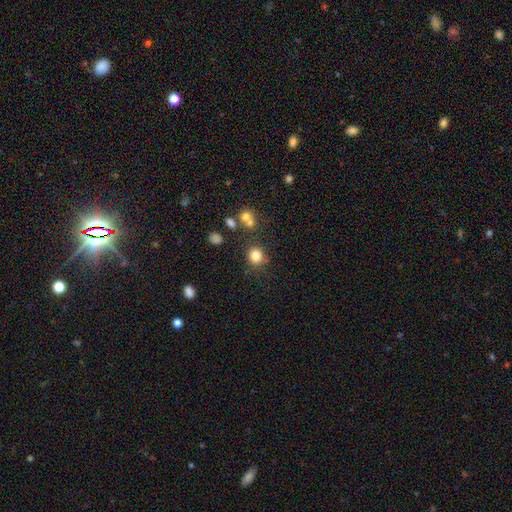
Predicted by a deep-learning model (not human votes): Smooth or featured? smooth (81%)
How rounded? round (84%)
Merging? none (79%)